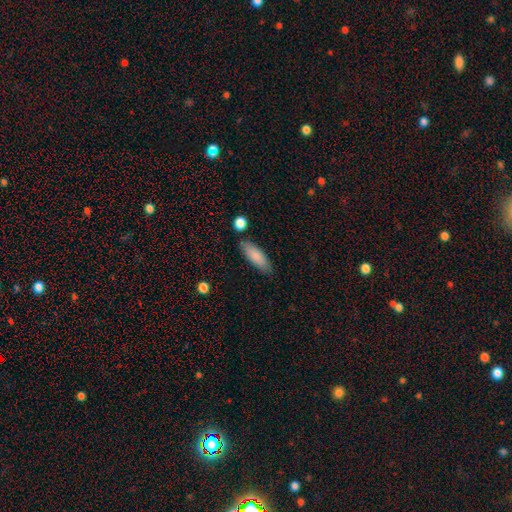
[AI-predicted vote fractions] Morphology: type=smooth (85%); roundness=in between (62%); merging=none (80%).